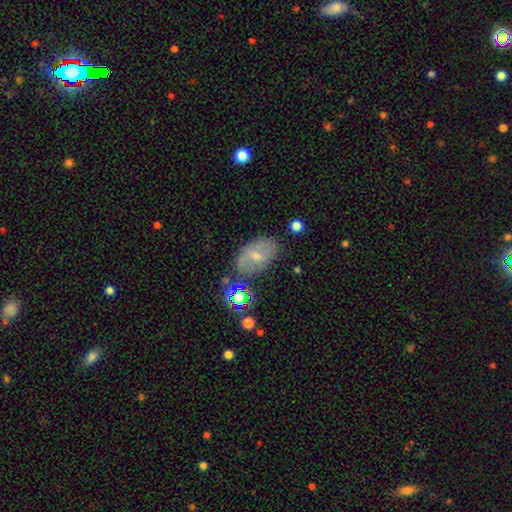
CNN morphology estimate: Smooth or featured? smooth (49%)
Merging? none (69%)